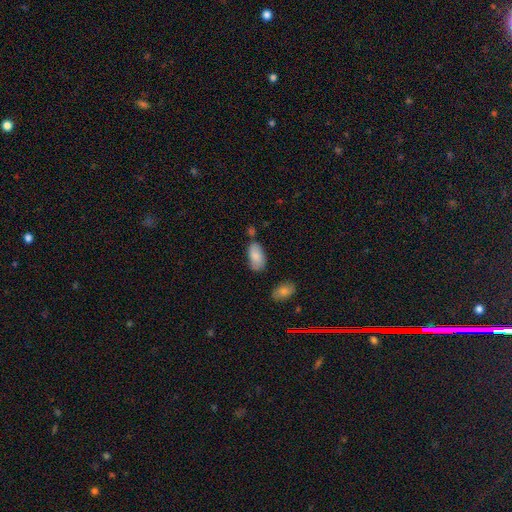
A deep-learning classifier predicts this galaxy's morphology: smooth-or-featured: smooth: 82% | featured or disk: 11% | star or artifact: 7%
  how-rounded: in between: 94% | round: 3% | cigar-shaped: 3%
  merging: none: 62% | minor disturbance: 25% | merger: 8% | major disturbance: 5%